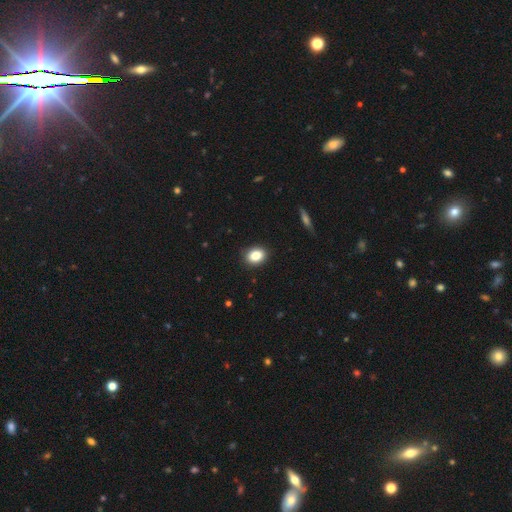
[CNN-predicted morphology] smooth 85%, star or artifact 9%, featured or disk 6%. Down the decision tree: how rounded — in between (64%); merging — none (89%).